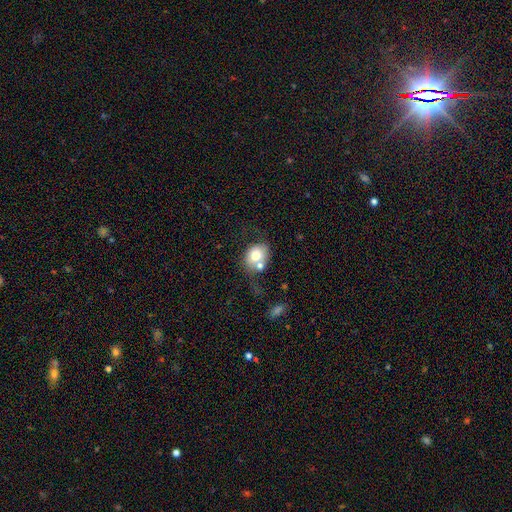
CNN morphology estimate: The model was most divided on "how rounded": round: 52%, in between: 47%, cigar-shaped: 1%. Remaining: smooth or featured — smooth (71%); merging — none (39%).